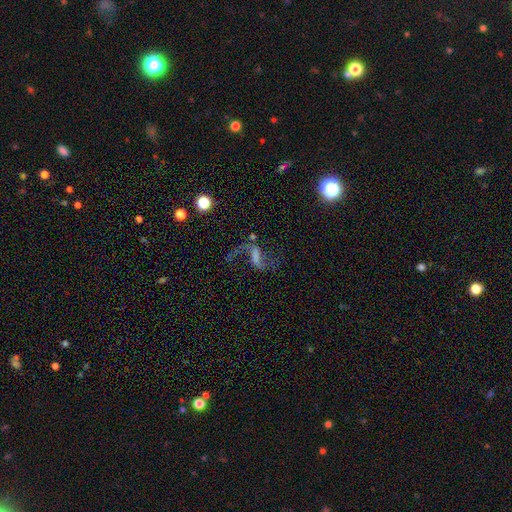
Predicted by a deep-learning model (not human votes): This is likely a featured or disk galaxy (74%). It is clearly not viewed edge-on (94%). Bar: marginally strong (43%). Spiral arm pattern: clearly yes (91%). Spiral arm count: clearly 2 (87%). Spiral winding: clearly loose (86%). Central bulge: possibly none (56%). Merging: likely none (63%).